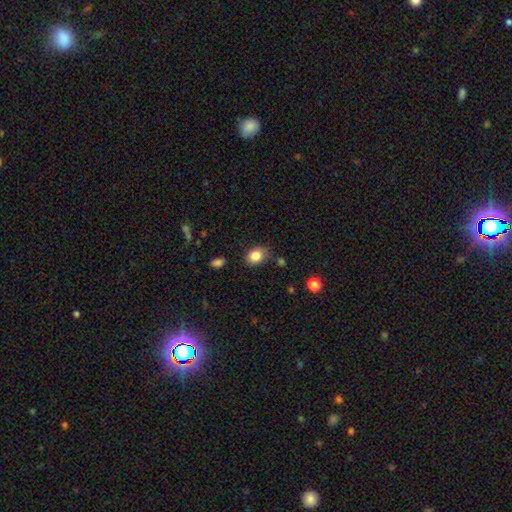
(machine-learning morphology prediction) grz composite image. It shows a smooth galaxy with no disk features (84%) that is in between round and cigar-shaped (63%). Merging: none (77%).